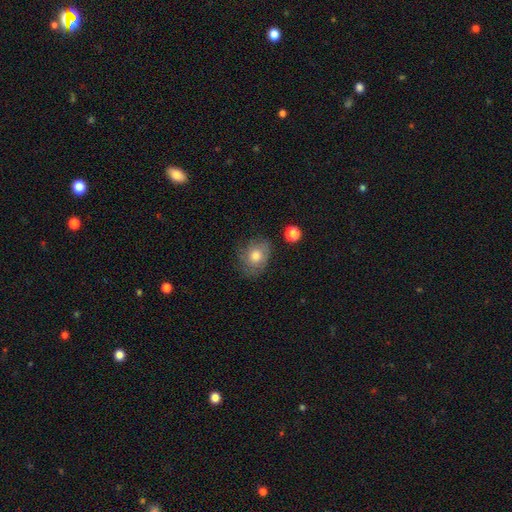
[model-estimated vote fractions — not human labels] Smooth or featured? smooth (68%)
How rounded? round (54%)
Merging? none (63%)